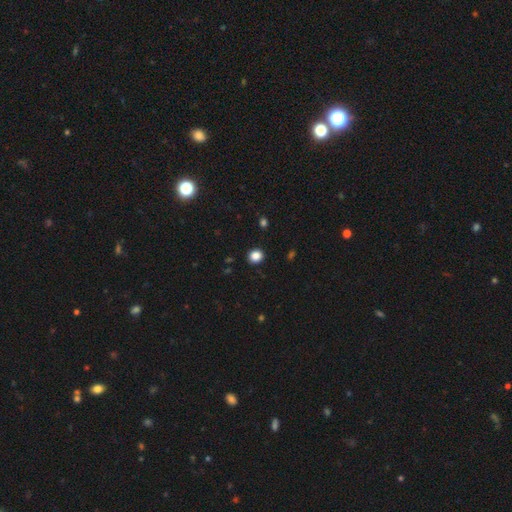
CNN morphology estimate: Overall: smooth (86%). How rounded: round (78%). Merging: none (92%).